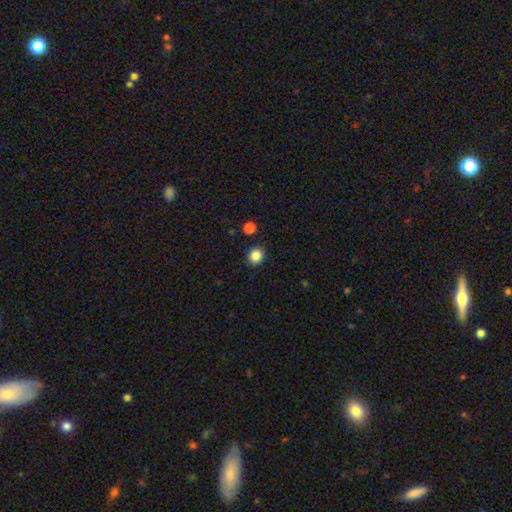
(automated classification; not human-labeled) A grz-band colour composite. It shows a smooth galaxy with no disk features (85%) that is round (78%). Merging: none (89%).